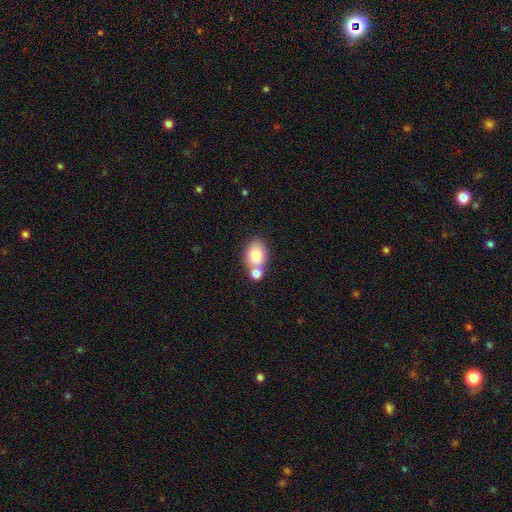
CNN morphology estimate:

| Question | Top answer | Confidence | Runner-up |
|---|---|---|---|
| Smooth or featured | smooth | 77% | featured or disk (14%) |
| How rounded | in between | 70% | round (29%) |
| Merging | none | 50% | merger (37%) |